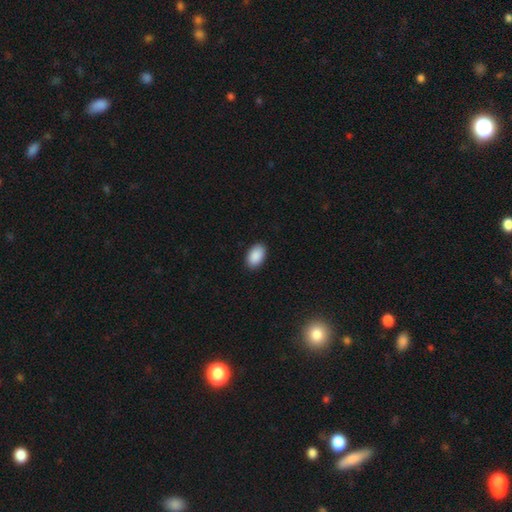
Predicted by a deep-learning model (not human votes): Smooth or featured? Predicted: smooth (p=0.91). How rounded? Predicted: in between (p=0.93). Merging? Predicted: none (p=0.89).